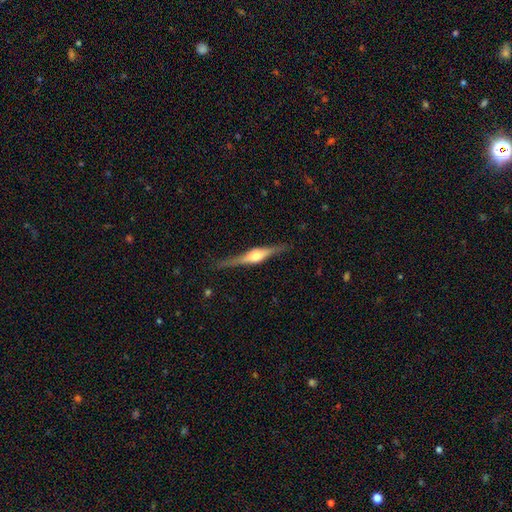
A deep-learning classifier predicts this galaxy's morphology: Smooth or featured? Predicted: featured or disk (p=0.79). Edge-on disk? Predicted: yes (p=0.98). Edge-on bulge? Predicted: rounded (p=0.90). Merging? Predicted: none (p=0.87).